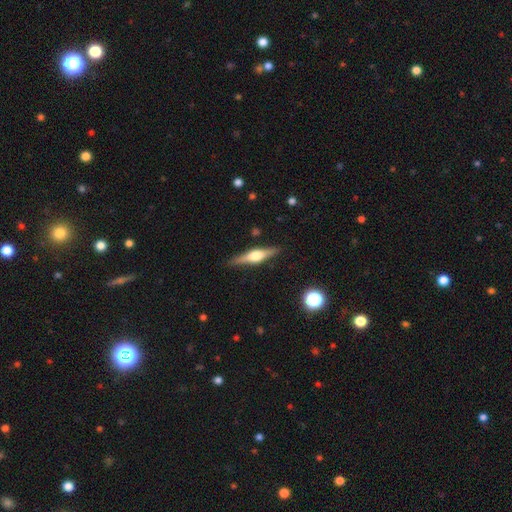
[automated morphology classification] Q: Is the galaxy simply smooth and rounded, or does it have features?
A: featured or disk — 70%.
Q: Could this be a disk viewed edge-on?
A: yes — 97%.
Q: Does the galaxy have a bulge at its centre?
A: rounded — 92%.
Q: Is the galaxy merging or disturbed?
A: none — 89%.